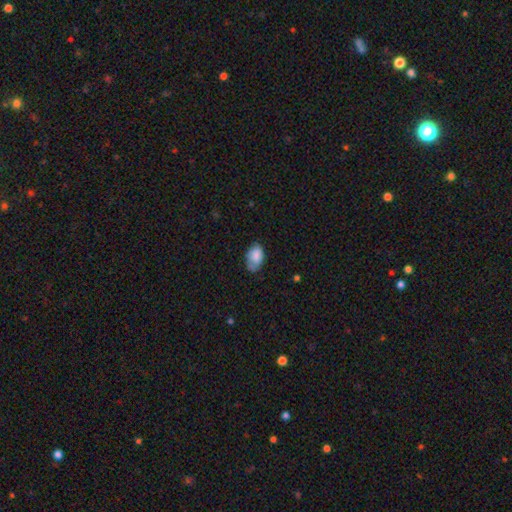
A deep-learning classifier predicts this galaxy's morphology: Smooth or featured? Predicted: smooth (p=0.80). How rounded? Predicted: in between (p=0.89). Merging? Predicted: none (p=0.51).